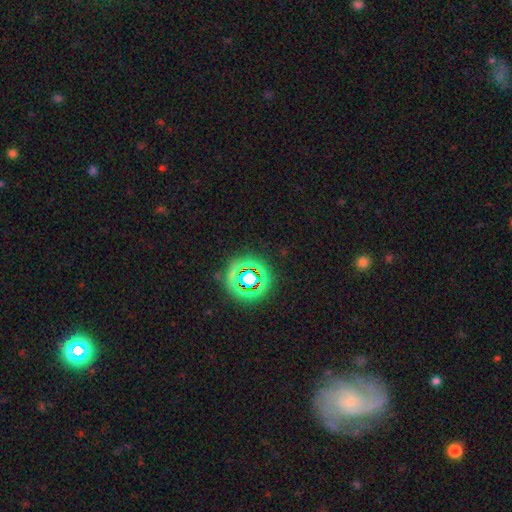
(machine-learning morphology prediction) Smooth or featured? star or artifact (72%)